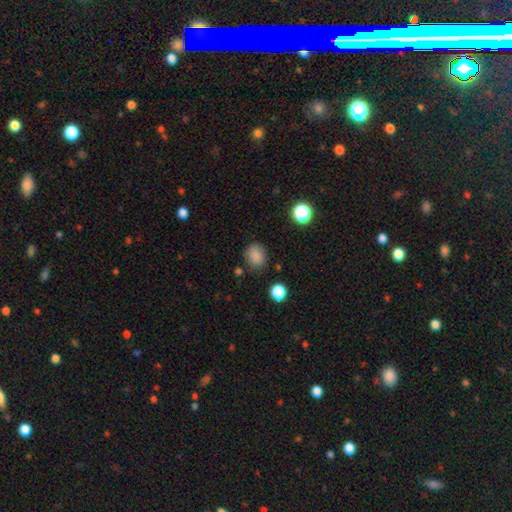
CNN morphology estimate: Q: Smooth or featured?
A: smooth (83%); runner-up: star or artifact (11%)
Q: How rounded?
A: round (61%); runner-up: in between (38%)
Q: Merging?
A: none (77%); runner-up: minor disturbance (16%)